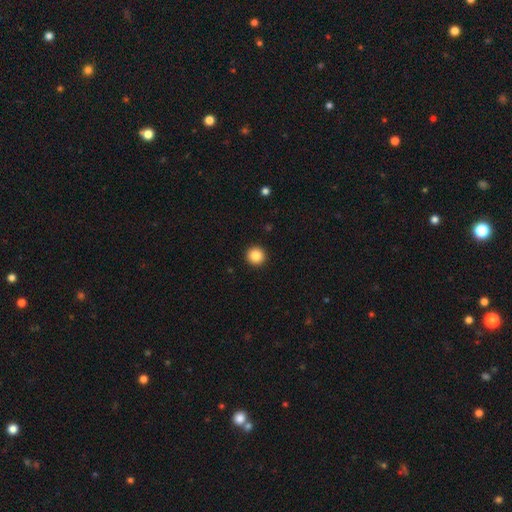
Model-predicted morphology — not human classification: smooth-or-featured: smooth: 86% | star or artifact: 10% | featured or disk: 5%
  how-rounded: round: 95% | in between: 4% | cigar-shaped: 1%
  merging: none: 94% | minor disturbance: 4% | major disturbance: 1% | merger: 1%